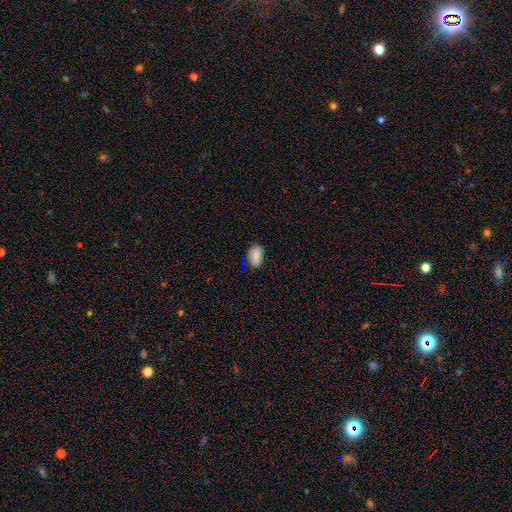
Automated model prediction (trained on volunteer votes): smooth_or_featured: smooth (p=0.85) [alt: star or artifact p=0.10]
how_rounded: in between (p=0.88) [alt: round p=0.10]
merging: none (p=0.72) [alt: minor disturbance p=0.23]